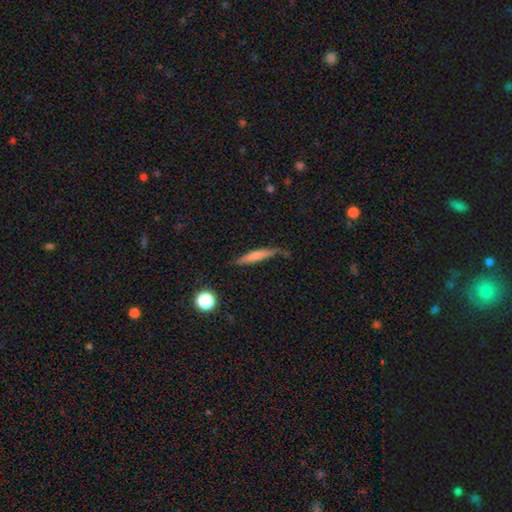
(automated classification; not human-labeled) Smooth or featured? smooth (62%)
How rounded? cigar-shaped (90%)
Merging? none (72%)